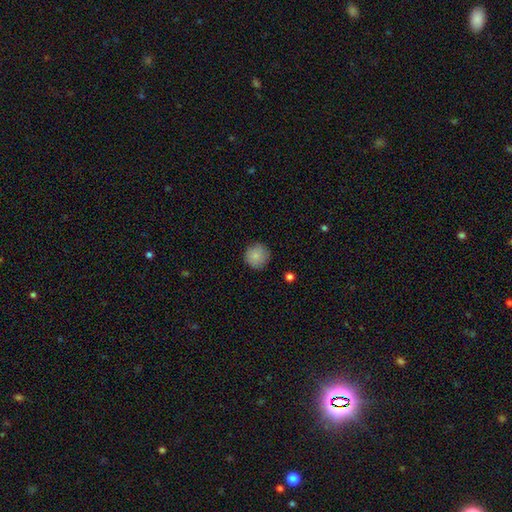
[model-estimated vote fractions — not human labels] Smooth or featured? smooth (85%)
How rounded? round (94%)
Merging? none (88%)